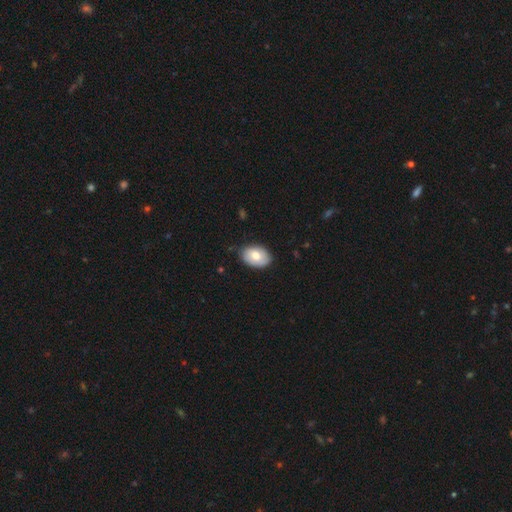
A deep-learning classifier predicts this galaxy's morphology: Smooth or featured? Predicted: smooth (p=0.74). How rounded? Predicted: in between (p=0.86). Merging? Predicted: none (p=0.79).